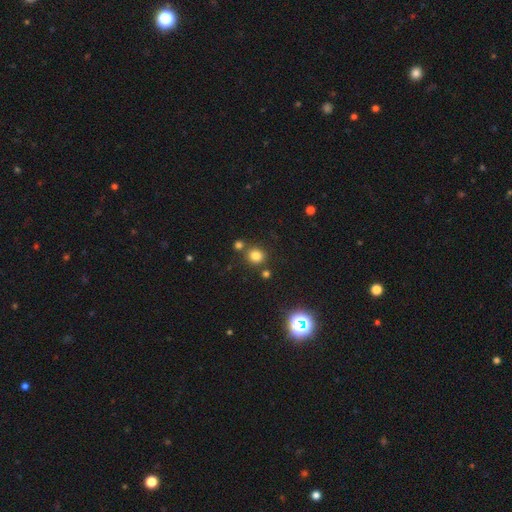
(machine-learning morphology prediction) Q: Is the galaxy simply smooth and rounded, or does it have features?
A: smooth — 78%.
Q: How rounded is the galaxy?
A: round — 88%.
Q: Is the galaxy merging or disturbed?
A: none — 77%.